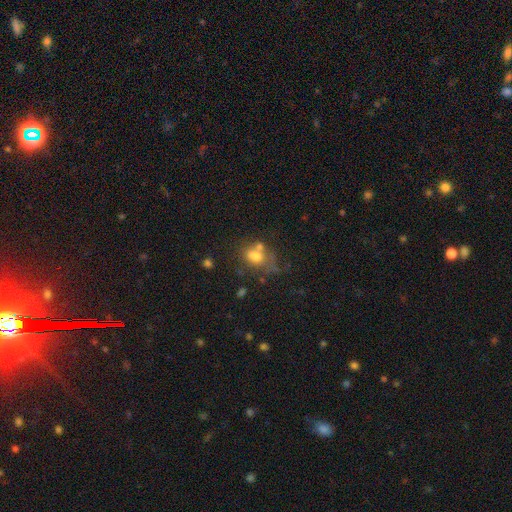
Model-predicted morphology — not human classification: Smooth or featured?
  - smooth: 66% *
  - featured or disk: 21%
  - star or artifact: 13%
How rounded?
  - in between: 53% *
  - round: 46%
  - cigar-shaped: 1%
Merging?
  - none: 35% *
  - merger: 32%
  - minor disturbance: 19%
  - major disturbance: 14%